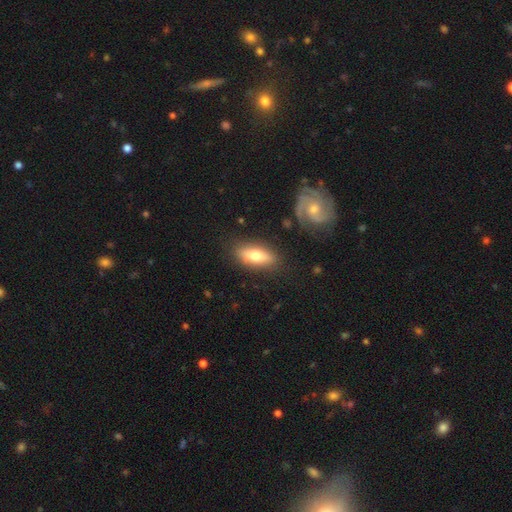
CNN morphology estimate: type=smooth (63%); roundness=in between (71%); merging=none (82%).